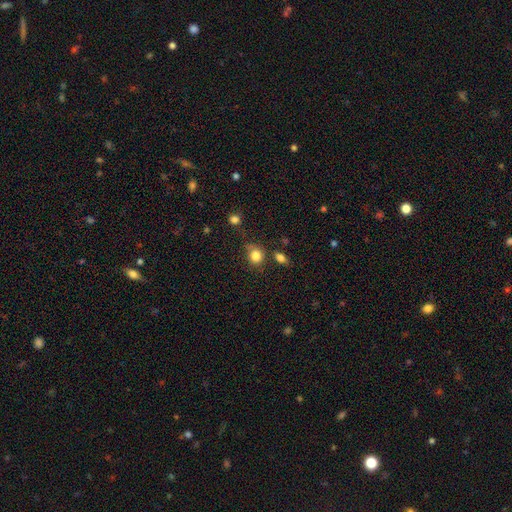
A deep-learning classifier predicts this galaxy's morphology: Q: Smooth or featured?
A: smooth (83%); runner-up: star or artifact (11%)
Q: How rounded?
A: round (74%); runner-up: in between (25%)
Q: Merging?
A: none (61%); runner-up: minor disturbance (24%)